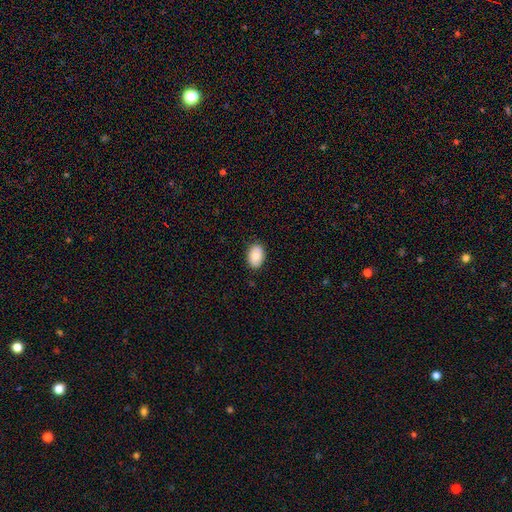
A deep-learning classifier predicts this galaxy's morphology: Smooth or featured?
  - smooth: 83% *
  - featured or disk: 10%
  - star or artifact: 7%
How rounded?
  - in between: 87% *
  - round: 12%
  - cigar-shaped: 1%
Merging?
  - none: 86% *
  - minor disturbance: 11%
  - major disturbance: 2%
  - merger: 1%